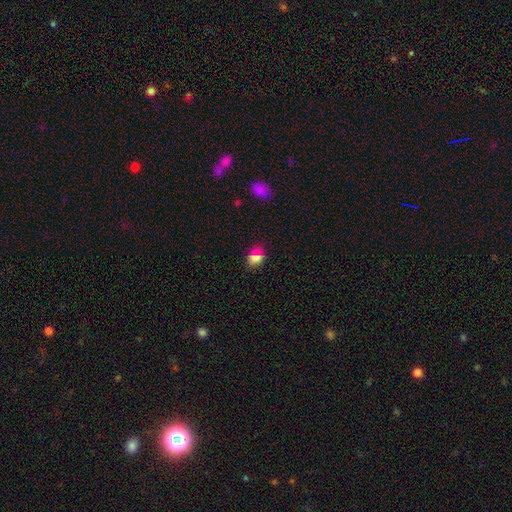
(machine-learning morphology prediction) The model was most divided on "how rounded": in between: 70%, round: 27%, cigar-shaped: 2%. More confident: merging — none (86%); smooth or featured — smooth (72%).